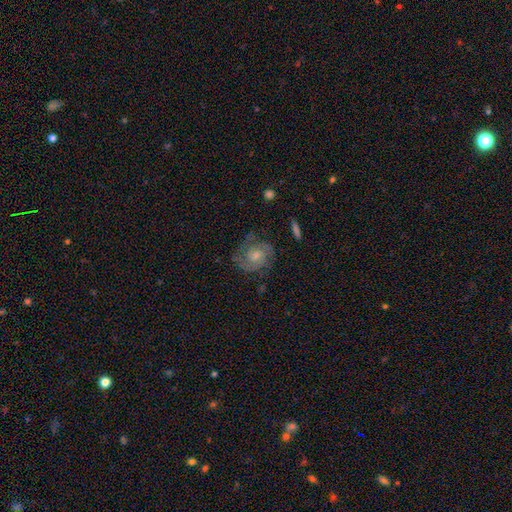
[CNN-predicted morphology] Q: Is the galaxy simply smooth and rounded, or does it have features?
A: featured or disk — 77%.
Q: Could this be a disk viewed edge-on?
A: no — 97%.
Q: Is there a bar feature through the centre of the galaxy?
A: no — 69%.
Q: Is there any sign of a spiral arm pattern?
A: yes — 94%.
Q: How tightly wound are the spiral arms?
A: tight — 57%.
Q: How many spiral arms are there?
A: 2 — 59%.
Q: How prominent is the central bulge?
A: moderate — 51%.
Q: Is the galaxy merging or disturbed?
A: none — 76%.